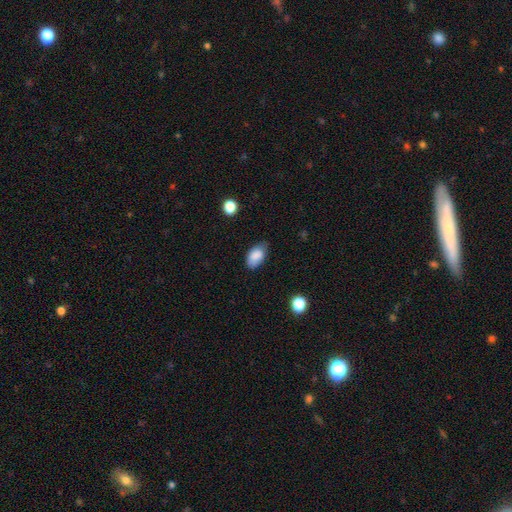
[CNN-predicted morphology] smooth-or-featured: smooth: 87% | star or artifact: 8% | featured or disk: 6%
  how-rounded: in between: 93% | round: 5% | cigar-shaped: 2%
  merging: none: 71% | minor disturbance: 24% | major disturbance: 4% | merger: 1%